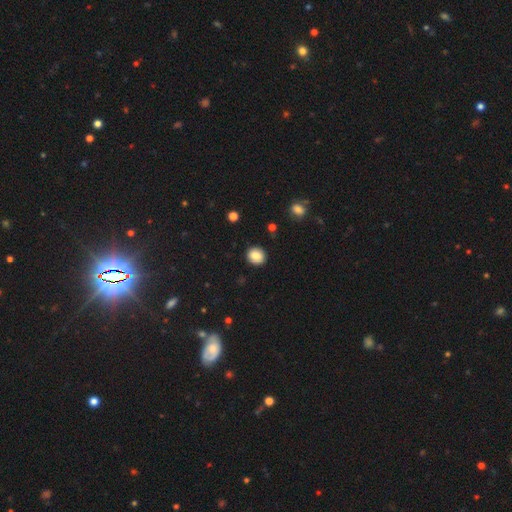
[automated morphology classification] type=smooth (83%); roundness=round (78%); merging=none (90%).